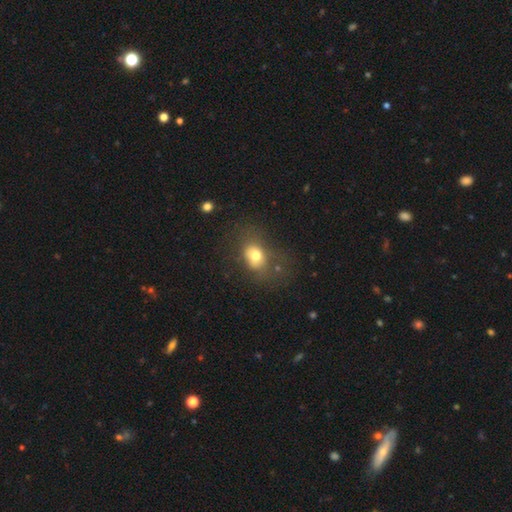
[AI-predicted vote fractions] Smooth or featured? smooth (72%)
How rounded? in between (60%)
Merging? none (49%)